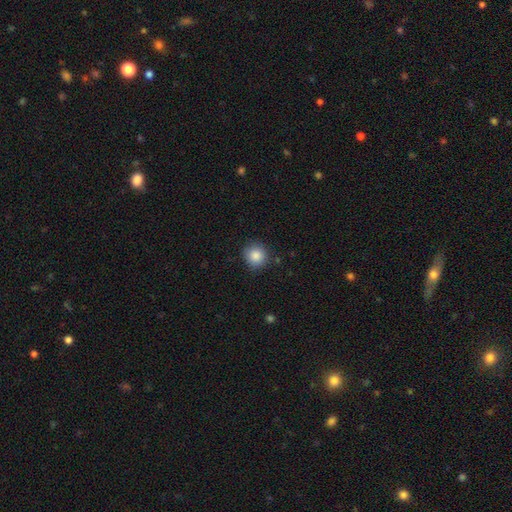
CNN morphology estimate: A smooth galaxy with no disk features (87%) that is round (92%). Merging: none (86%).